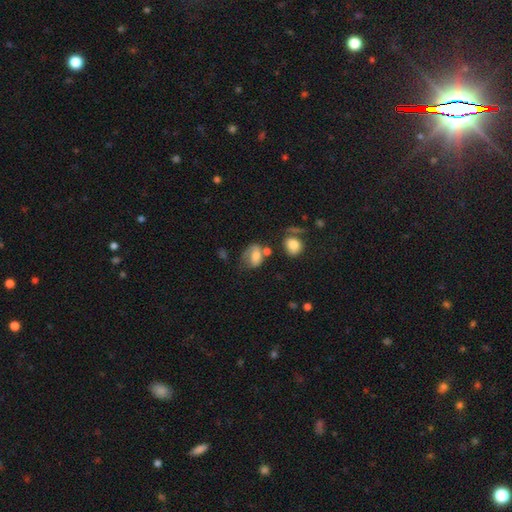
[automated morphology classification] type=smooth (54%); roundness=in between (69%); merging=none (34%).